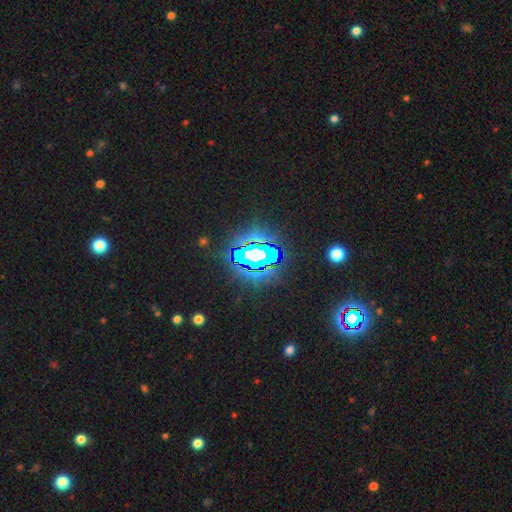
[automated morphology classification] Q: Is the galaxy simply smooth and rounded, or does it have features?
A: star or artifact — 72%.